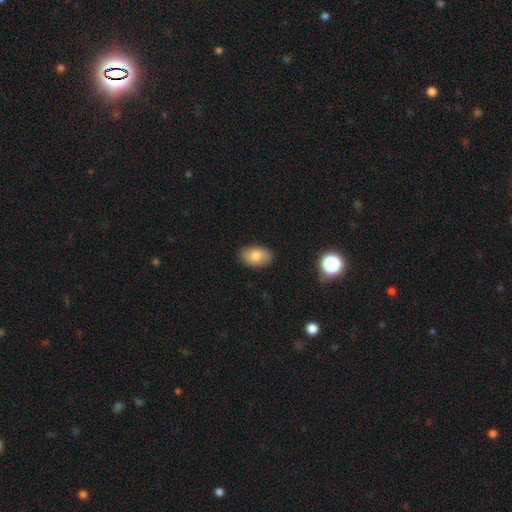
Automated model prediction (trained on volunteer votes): Overall: smooth (80%). How rounded: in between (90%). Merging: none (87%).